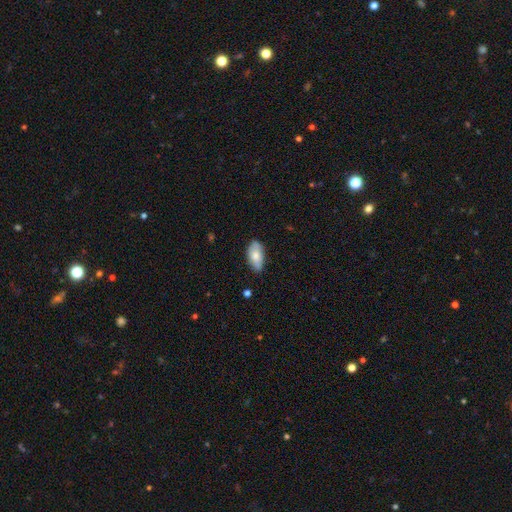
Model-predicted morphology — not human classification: Smooth or featured? smooth (72%)
How rounded? in between (93%)
Merging? none (73%)